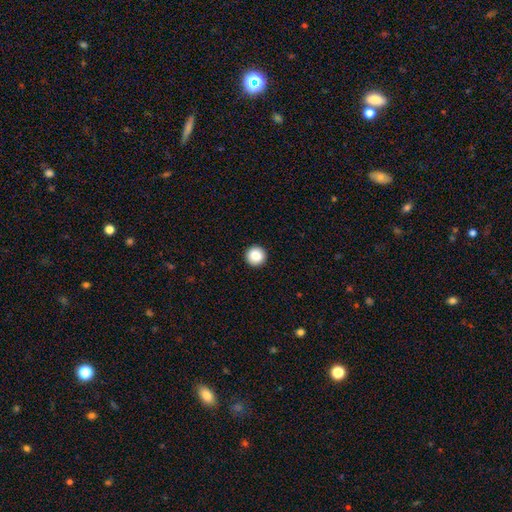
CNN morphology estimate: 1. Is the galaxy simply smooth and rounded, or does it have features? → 86% smooth, 9% star or artifact, 5% featured or disk.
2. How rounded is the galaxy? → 96% round, 3% in between, 1% cigar-shaped.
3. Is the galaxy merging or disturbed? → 93% none, 4% minor disturbance, 1% major disturbance, 1% merger.